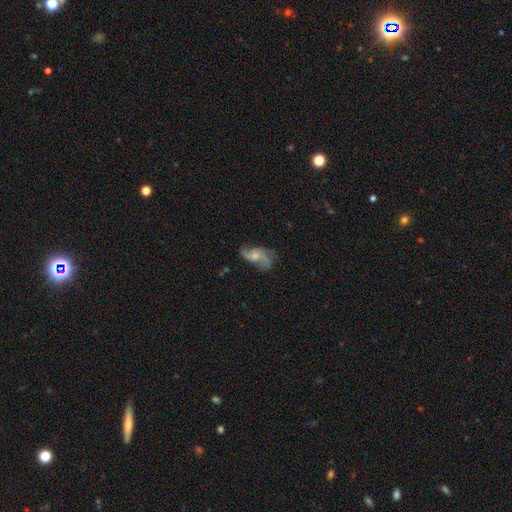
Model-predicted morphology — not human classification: smooth-or-featured: featured or disk: 74% | smooth: 19% | star or artifact: 7%
  disk-edge-on: no: 96% | yes: 4%
    bar: no: 64% | weak: 30% | strong: 6%
    has-spiral-arms: yes: 93% | no: 7%
      spiral-winding: loose: 66% | medium: 28% | tight: 7%
      spiral-arm-count: 2: 78% | 3: 9% | can't tell: 6% | 1: 3% | 4: 2% | more than 4: 2%
    bulge-size: small: 49% | moderate: 39% | none: 8% | large: 3% | dominant: 1%
  merging: none: 62% | minor disturbance: 22% | major disturbance: 13% | merger: 2%